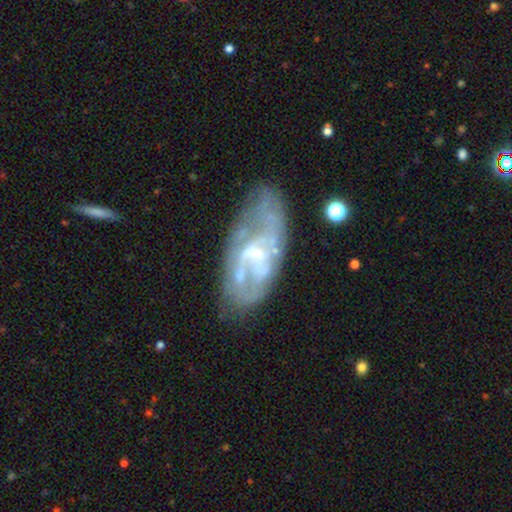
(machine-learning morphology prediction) Smooth or featured? featured or disk (75%)
Edge-on disk? no (94%)
Bar? no (51%)
Spiral arms? yes (62%)
Bulge size? small (58%)
Merging? none (52%)